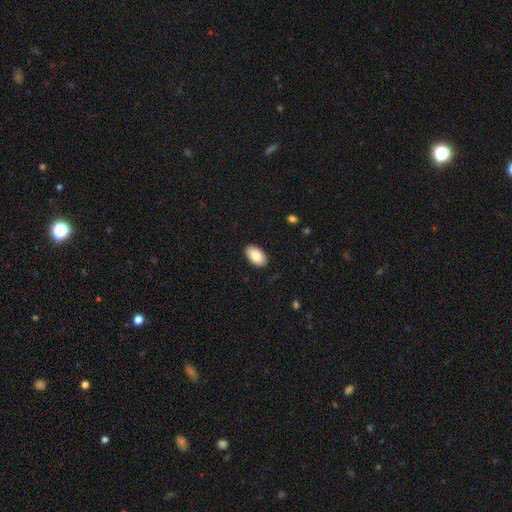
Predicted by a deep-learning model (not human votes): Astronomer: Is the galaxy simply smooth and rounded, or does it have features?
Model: smooth — 83%.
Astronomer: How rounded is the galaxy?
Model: in between — 94%.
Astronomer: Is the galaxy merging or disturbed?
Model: none — 89%.